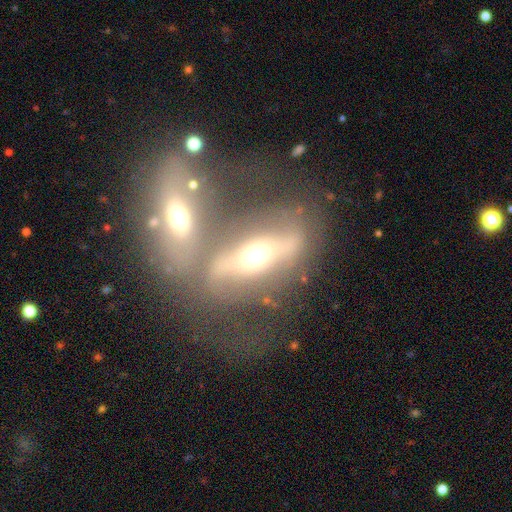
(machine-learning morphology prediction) Smooth or featured? Predicted: featured or disk (p=0.69). Edge-on disk? Predicted: no (p=0.60). Merging? Predicted: merger (p=0.58).